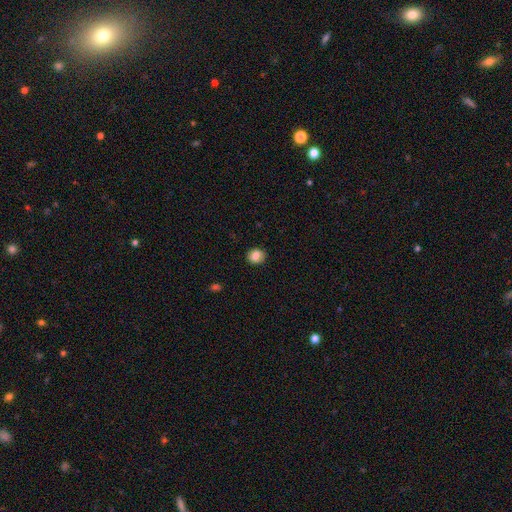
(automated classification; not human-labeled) This appears to be a smooth galaxy with no disk features (79%) that is round (75%). Merging: none (87%).